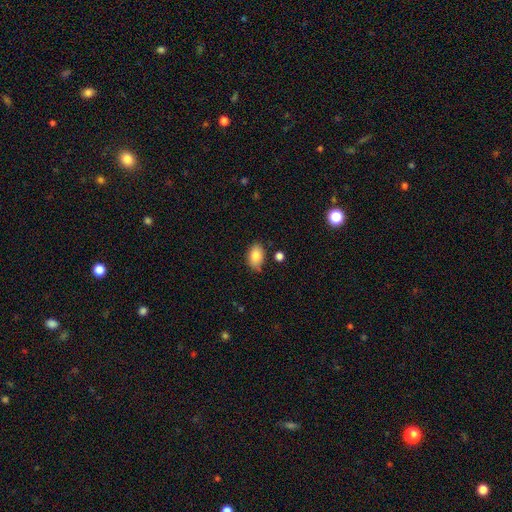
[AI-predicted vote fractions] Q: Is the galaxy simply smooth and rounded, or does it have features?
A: smooth — 85%.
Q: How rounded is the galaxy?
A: in between — 89%.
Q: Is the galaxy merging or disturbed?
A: none — 77%.